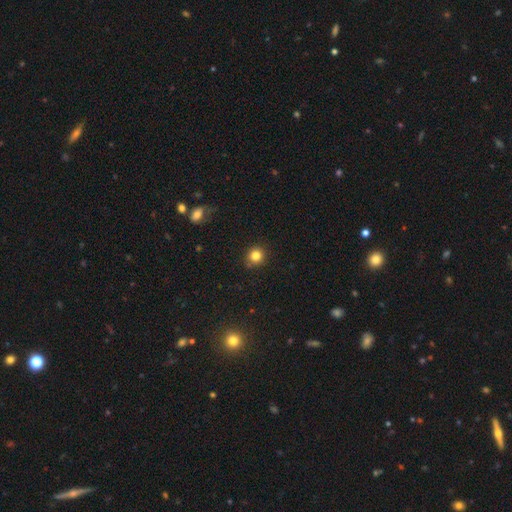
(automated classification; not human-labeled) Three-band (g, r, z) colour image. It shows a smooth galaxy with no disk features (82%) that is round (91%). Merging: none (89%).